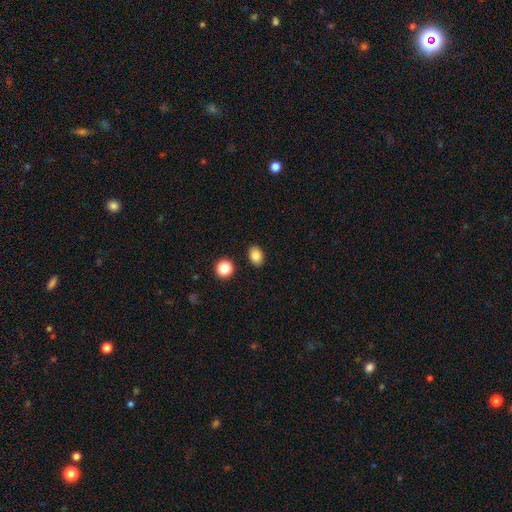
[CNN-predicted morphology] Smooth or featured: smooth — 85% (star or artifact — 10%)
How rounded: in between — 73% (round — 26%)
Merging: none — 88% (minor disturbance — 8%)